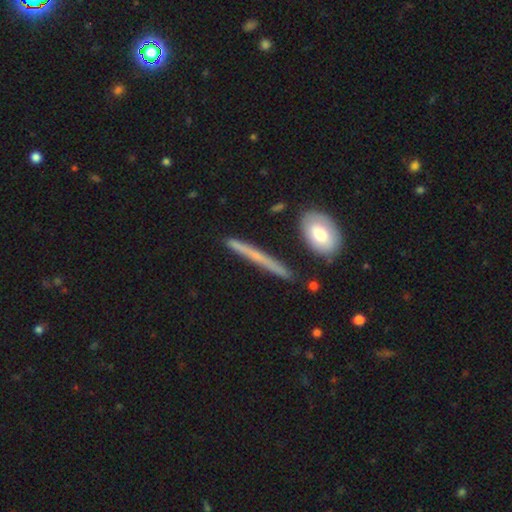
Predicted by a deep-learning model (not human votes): This appears to be a featured or disk galaxy (45%, tied with smooth). Merging: none (83%).